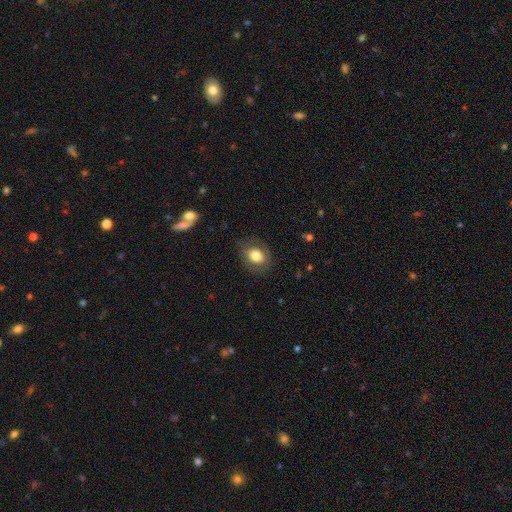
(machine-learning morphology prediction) smooth 74%, featured or disk 17%, star or artifact 8%. Down the decision tree: how rounded — in between (55%); merging — none (80%).